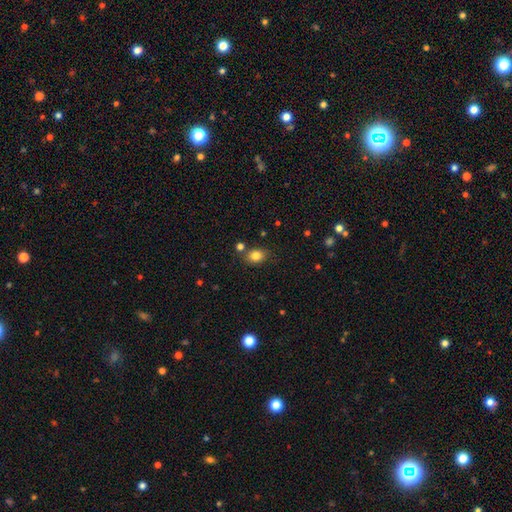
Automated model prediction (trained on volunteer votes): Smooth or featured: smooth — 83% (star or artifact — 10%)
How rounded: in between — 67% (round — 32%)
Merging: none — 75% (minor disturbance — 13%)